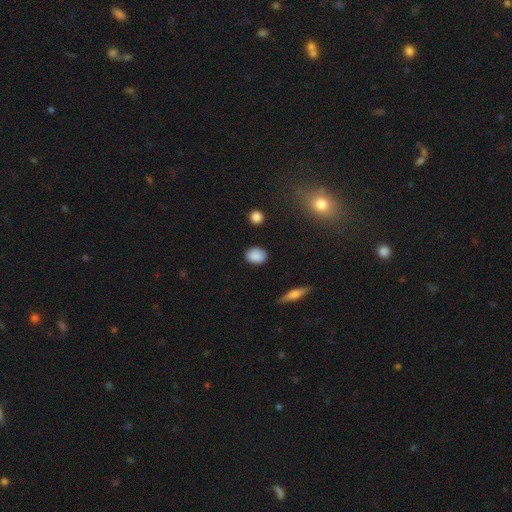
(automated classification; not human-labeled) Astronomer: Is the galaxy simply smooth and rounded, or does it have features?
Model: smooth — 86%.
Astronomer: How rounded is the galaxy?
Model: in between — 65%.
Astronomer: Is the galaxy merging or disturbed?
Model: none — 83%.